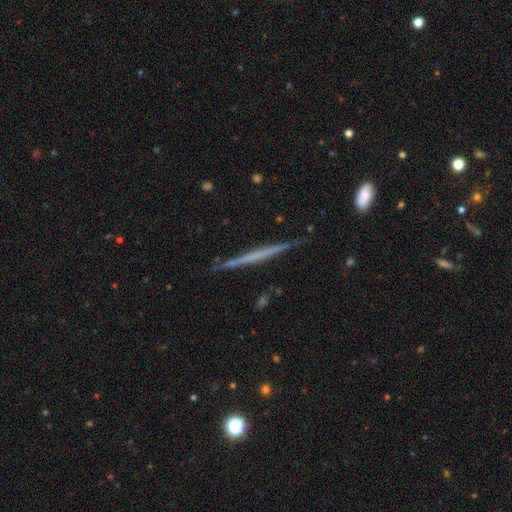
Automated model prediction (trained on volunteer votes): Smooth or featured? featured or disk (59%)
Edge-on disk? yes (97%)
Edge-on bulge? none (89%)
Merging? none (89%)